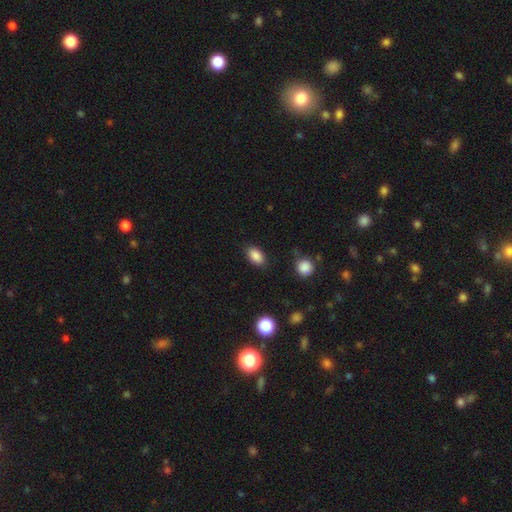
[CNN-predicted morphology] Smooth or featured? smooth (87%)
How rounded? in between (89%)
Merging? none (85%)